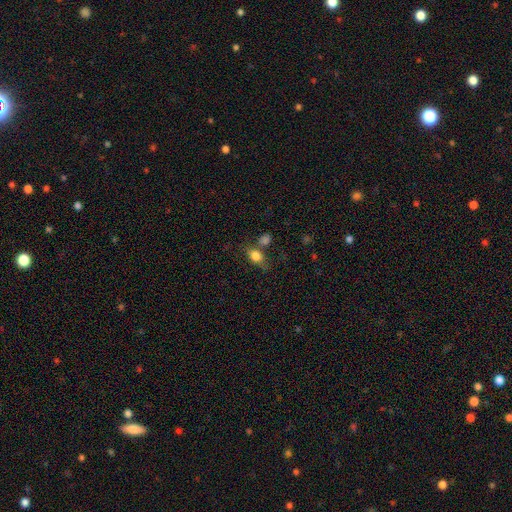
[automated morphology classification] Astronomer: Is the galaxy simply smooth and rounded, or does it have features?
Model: smooth — 80%.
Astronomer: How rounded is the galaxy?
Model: in between — 69%.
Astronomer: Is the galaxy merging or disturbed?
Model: none — 55%.